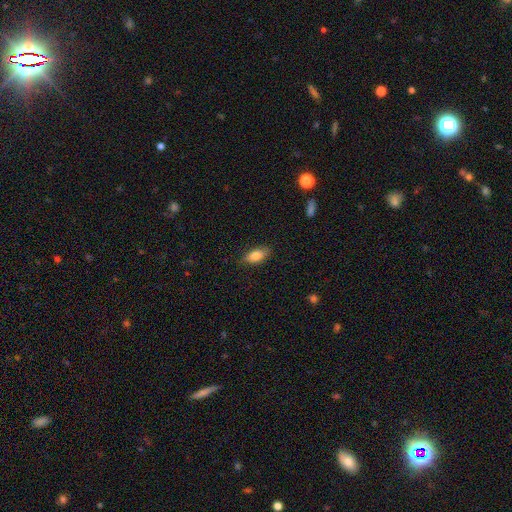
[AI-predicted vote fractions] smooth 81%, featured or disk 12%, star or artifact 7%. Down the decision tree: how rounded — in between (85%); merging — none (83%).